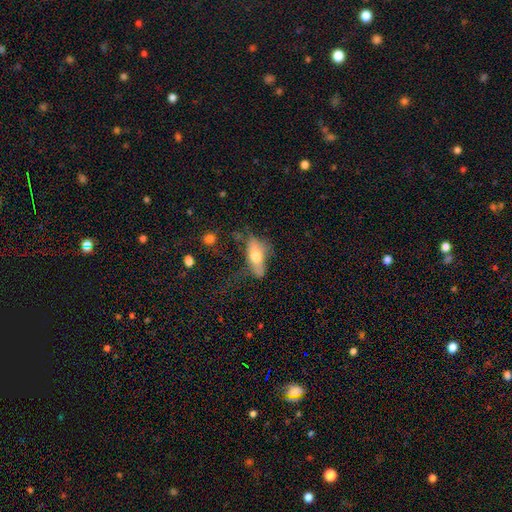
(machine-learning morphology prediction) Smooth or featured?
  - smooth: 60% *
  - featured or disk: 33%
  - star or artifact: 7%
How rounded?
  - in between: 74% *
  - cigar-shaped: 21%
  - round: 4%
Merging?
  - none: 43% *
  - minor disturbance: 28%
  - major disturbance: 24%
  - merger: 5%